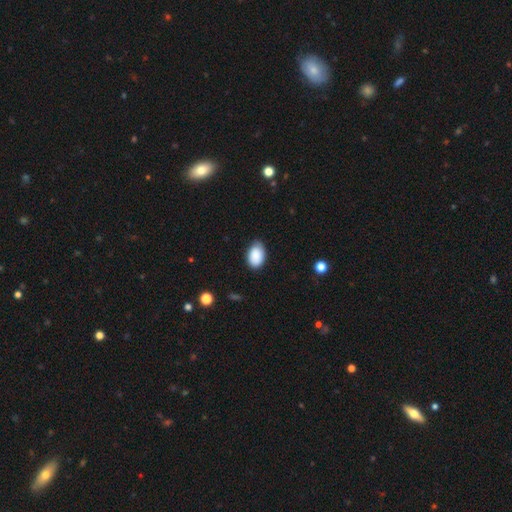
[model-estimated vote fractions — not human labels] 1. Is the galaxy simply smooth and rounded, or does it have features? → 88% smooth, 7% star or artifact, 5% featured or disk.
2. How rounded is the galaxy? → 89% in between, 10% round, 1% cigar-shaped.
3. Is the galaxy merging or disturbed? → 74% none, 22% minor disturbance, 3% major disturbance, 1% merger.